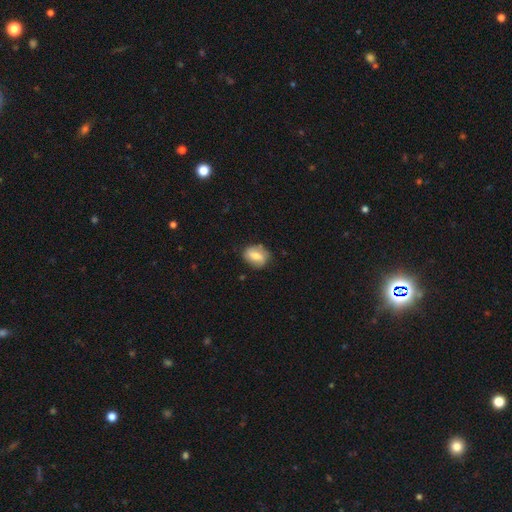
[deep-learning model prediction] Smooth or featured?
  - smooth: 59% *
  - featured or disk: 33%
  - star or artifact: 8%
How rounded?
  - in between: 63% *
  - round: 35%
  - cigar-shaped: 2%
Merging?
  - none: 74% *
  - minor disturbance: 19%
  - major disturbance: 4%
  - merger: 2%